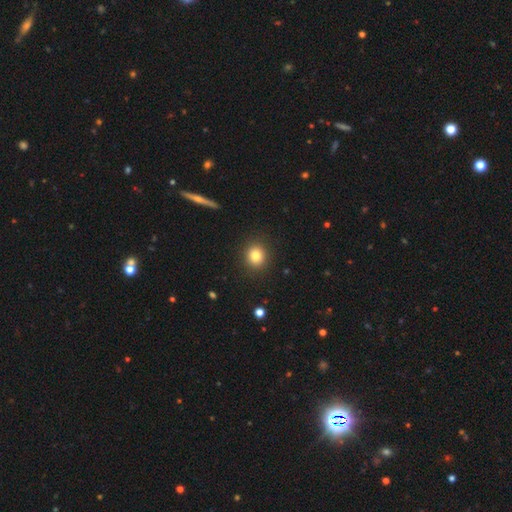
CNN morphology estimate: smooth-or-featured: smooth: 82% | star or artifact: 11% | featured or disk: 7%
  how-rounded: round: 83% | in between: 17% | cigar-shaped: 1%
  merging: none: 90% | minor disturbance: 6% | major disturbance: 2% | merger: 1%